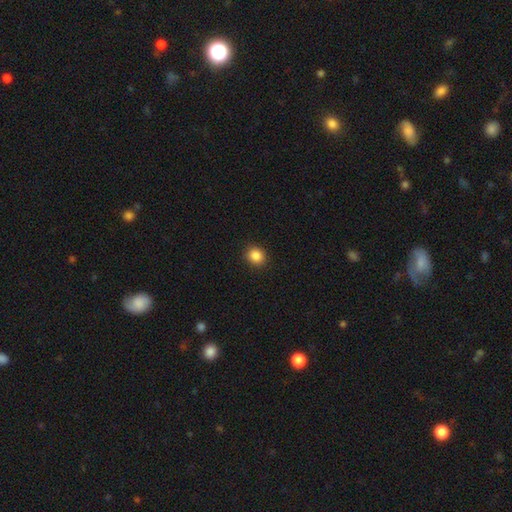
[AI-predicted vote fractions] Morphology: type=smooth (87%); roundness=round (79%); merging=none (91%).